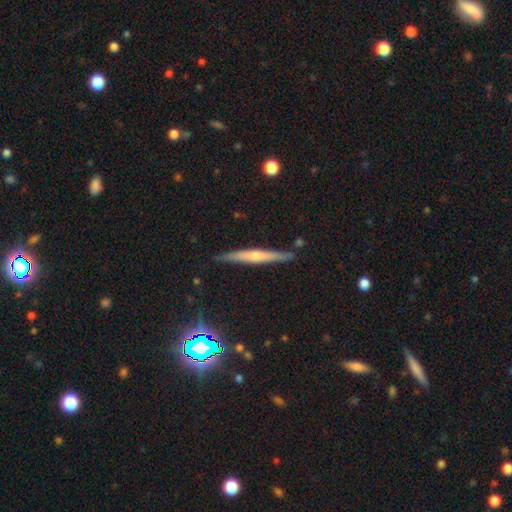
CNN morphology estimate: Smooth or featured? Predicted: featured or disk (p=0.64). Edge-on disk? Predicted: yes (p=0.97). Edge-on bulge? Predicted: rounded (p=0.71). Merging? Predicted: none (p=0.88).